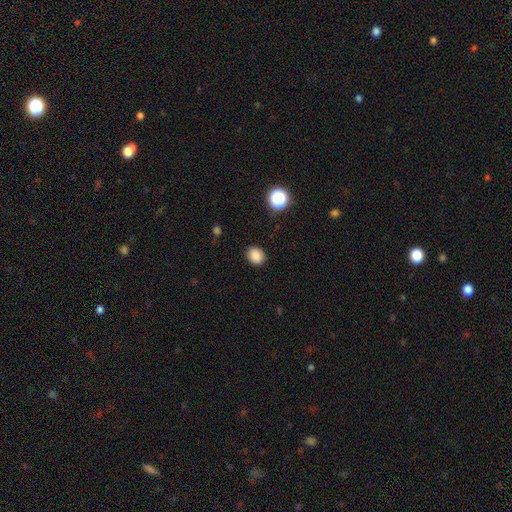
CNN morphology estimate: Smooth or featured: smooth — 86% (star or artifact — 11%)
How rounded: round — 60% (in between — 39%)
Merging: none — 89% (minor disturbance — 8%)